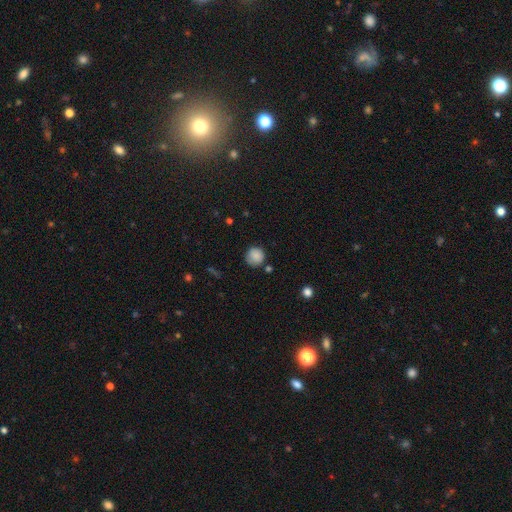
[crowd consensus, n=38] Q: Smooth or featured?
A: smooth (89%); runner-up: star or artifact (8%)
Q: How rounded?
A: round (88%); runner-up: in between (12%)
Q: Merging?
A: none (69%); runner-up: minor disturbance (23%)